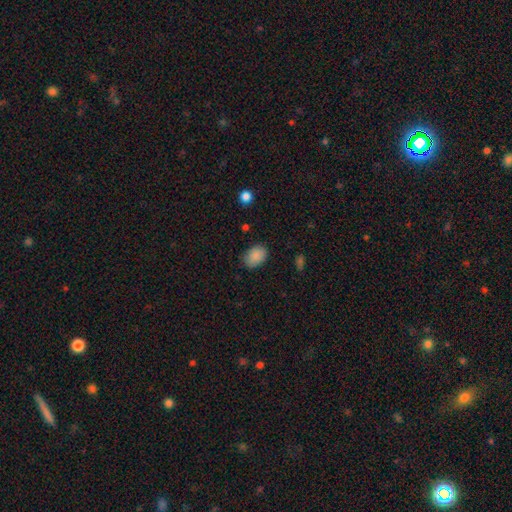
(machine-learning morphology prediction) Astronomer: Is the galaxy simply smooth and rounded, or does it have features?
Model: smooth — 88%.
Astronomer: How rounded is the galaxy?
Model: in between — 82%.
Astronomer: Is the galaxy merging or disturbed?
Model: none — 82%.